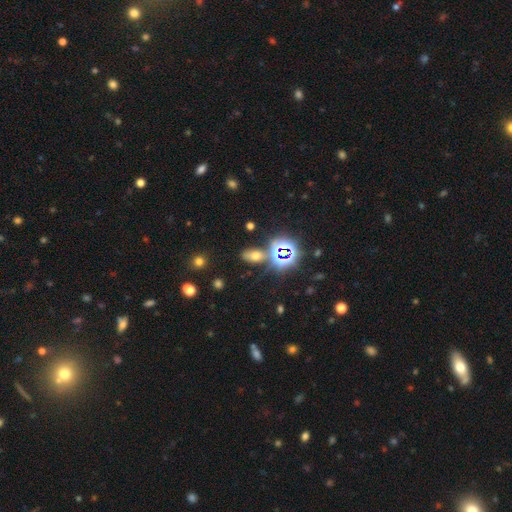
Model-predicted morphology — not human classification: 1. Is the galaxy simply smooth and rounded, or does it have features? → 51% smooth, 37% star or artifact, 13% featured or disk.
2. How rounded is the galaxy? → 82% in between, 12% round, 5% cigar-shaped.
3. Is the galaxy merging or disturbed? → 72% none, 13% minor disturbance, 10% merger, 5% major disturbance.